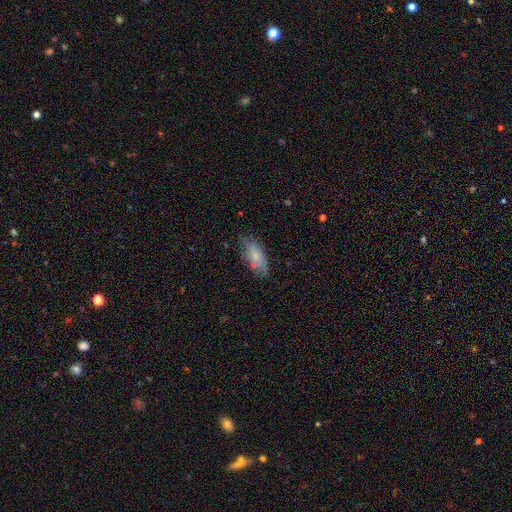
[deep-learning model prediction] Smooth or featured: smooth — 74% (featured or disk — 19%)
How rounded: in between — 83% (cigar-shaped — 15%)
Merging: none — 69% (minor disturbance — 23%)